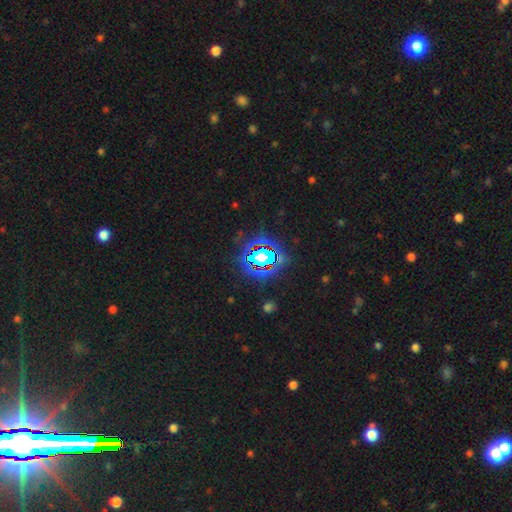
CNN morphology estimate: A star or artifact, not a galaxy (67%).

Vote fractions:
- Smooth or featured? star or artifact: 67% / smooth: 20% / featured or disk: 13%